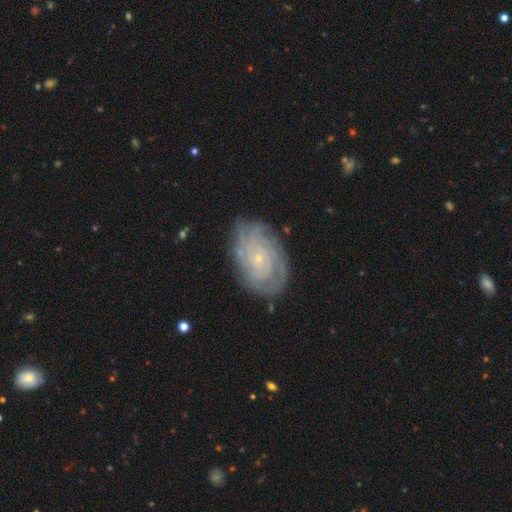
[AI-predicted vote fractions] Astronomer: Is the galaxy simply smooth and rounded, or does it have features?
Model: featured or disk — 66%.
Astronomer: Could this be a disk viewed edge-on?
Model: no — 95%.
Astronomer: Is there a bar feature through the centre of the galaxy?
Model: no — 74%.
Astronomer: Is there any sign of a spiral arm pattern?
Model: yes — 90%.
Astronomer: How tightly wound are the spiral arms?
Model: tight — 72%.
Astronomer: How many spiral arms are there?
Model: can't tell — 50%.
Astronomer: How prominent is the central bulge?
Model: small — 79%.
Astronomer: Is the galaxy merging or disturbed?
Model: none — 81%.